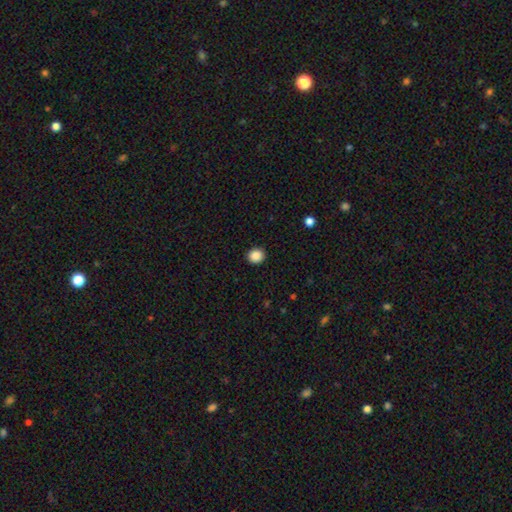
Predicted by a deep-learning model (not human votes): Q: Smooth or featured?
A: smooth (88%); runner-up: star or artifact (10%)
Q: How rounded?
A: round (84%); runner-up: in between (15%)
Q: Merging?
A: none (92%); runner-up: minor disturbance (6%)